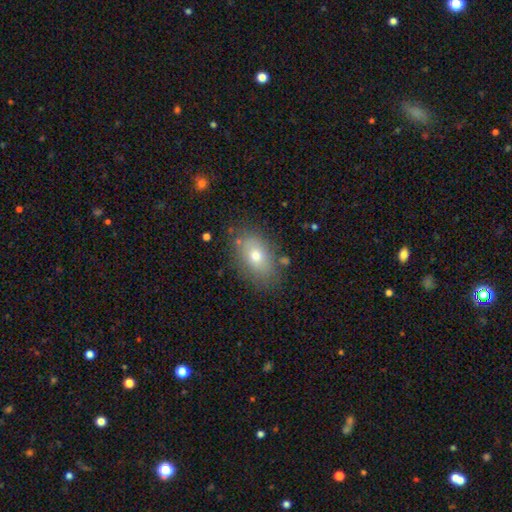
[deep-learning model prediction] Smooth or featured?
  - smooth: 70% *
  - featured or disk: 20%
  - star or artifact: 10%
How rounded?
  - in between: 85% *
  - round: 13%
  - cigar-shaped: 2%
Merging?
  - none: 78% *
  - minor disturbance: 15%
  - major disturbance: 4%
  - merger: 3%